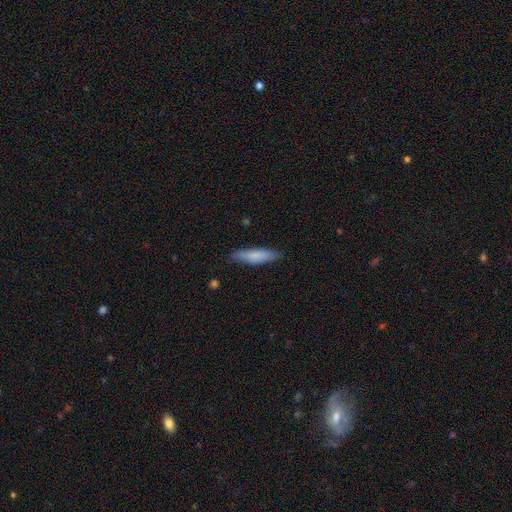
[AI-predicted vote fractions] This appears to be a smooth galaxy with no disk features (77%) that is cigar-shaped (75%). Merging: none (83%).